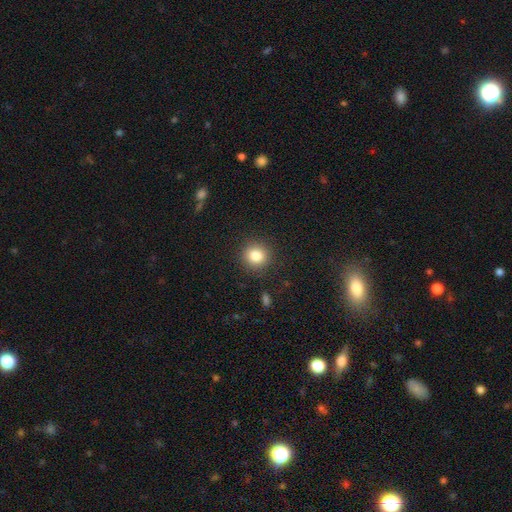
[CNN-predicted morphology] Overall: smooth (83%). How rounded: round (91%). Merging: none (90%).